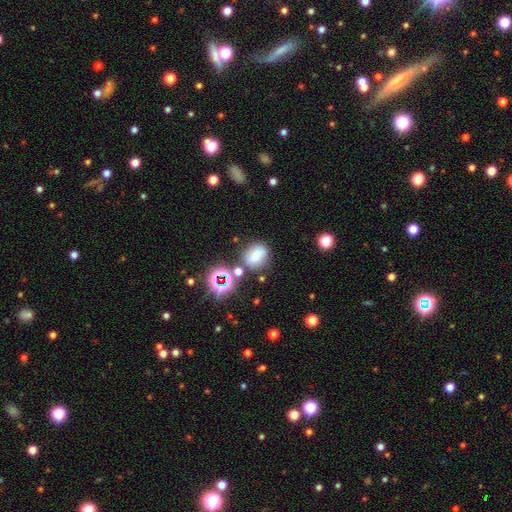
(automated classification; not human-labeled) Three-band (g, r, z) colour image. It shows a smooth galaxy with no disk features (69%) that is in between round and cigar-shaped (52%). Merging: none (69%).